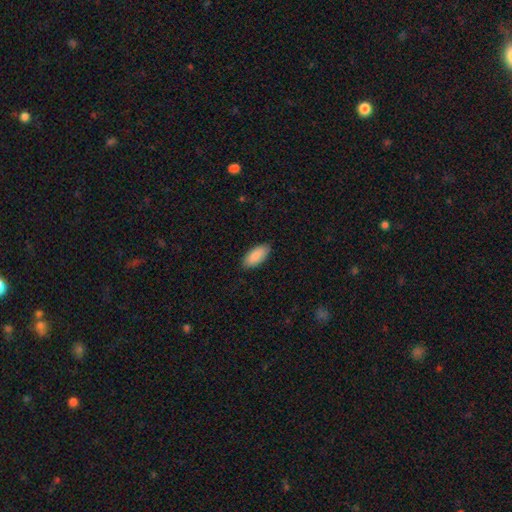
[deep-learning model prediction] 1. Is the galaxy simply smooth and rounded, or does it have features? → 89% smooth, 6% featured or disk, 5% star or artifact.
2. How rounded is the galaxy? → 90% in between, 9% cigar-shaped, 2% round.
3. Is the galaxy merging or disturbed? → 87% none, 10% minor disturbance, 2% major disturbance, 1% merger.